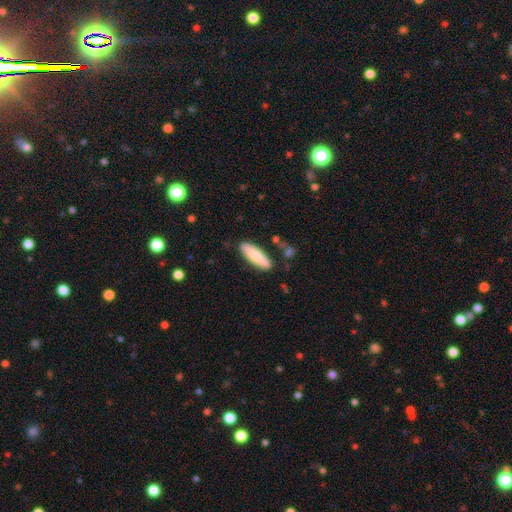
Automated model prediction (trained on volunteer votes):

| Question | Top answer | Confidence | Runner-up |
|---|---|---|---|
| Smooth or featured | smooth | 79% | featured or disk (15%) |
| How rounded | in between | 50% | cigar-shaped (48%) |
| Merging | none | 83% | minor disturbance (12%) |